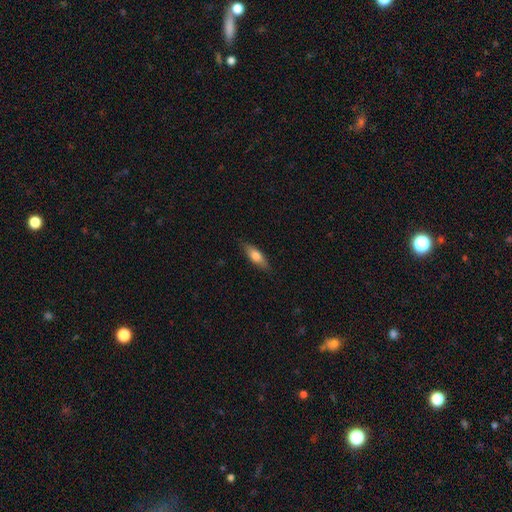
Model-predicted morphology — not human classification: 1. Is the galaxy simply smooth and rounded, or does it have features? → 71% smooth, 23% featured or disk, 6% star or artifact.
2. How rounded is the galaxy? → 55% in between, 42% cigar-shaped, 2% round.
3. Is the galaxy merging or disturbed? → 84% none, 13% minor disturbance, 2% major disturbance, 1% merger.